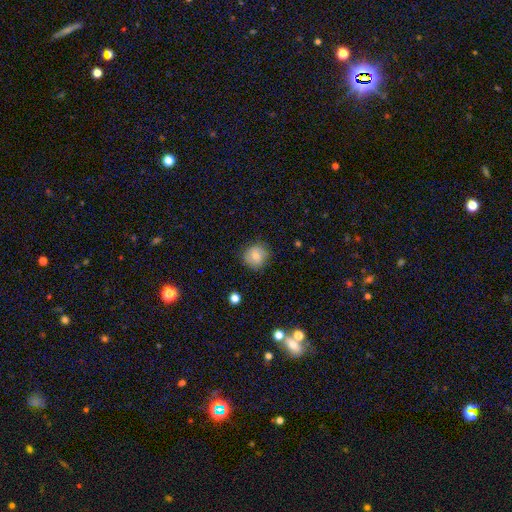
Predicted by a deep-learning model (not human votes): The model was most divided on "smooth or featured": smooth: 78%, featured or disk: 13%, star or artifact: 10%. More confident: how rounded — round (88%); merging — none (82%).